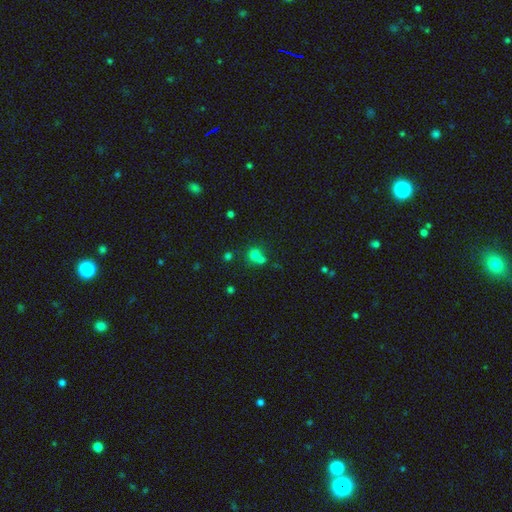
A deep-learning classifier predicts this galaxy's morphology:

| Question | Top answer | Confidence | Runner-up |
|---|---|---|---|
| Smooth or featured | smooth | 68% | star or artifact (19%) |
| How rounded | round | 83% | in between (16%) |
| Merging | merger | 49% | none (41%) |